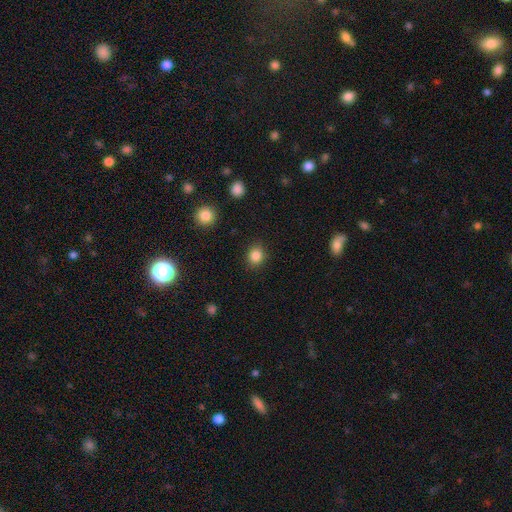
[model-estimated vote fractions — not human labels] Smooth or featured: smooth — 85% (star or artifact — 11%)
How rounded: round — 75% (in between — 24%)
Merging: none — 88% (minor disturbance — 9%)